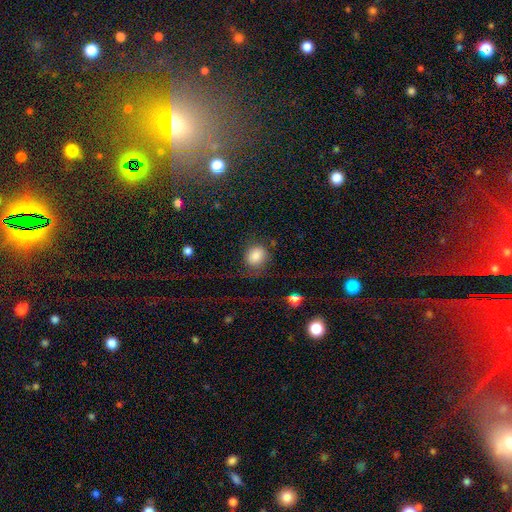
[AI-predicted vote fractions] This appears to be a smooth galaxy with no disk features (82%) that is round (58%). Merging: none (66%).